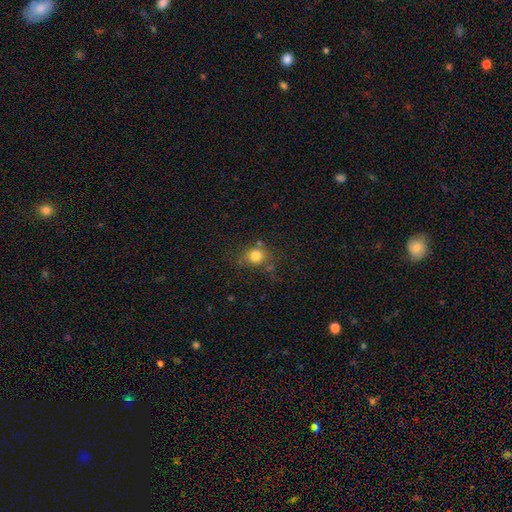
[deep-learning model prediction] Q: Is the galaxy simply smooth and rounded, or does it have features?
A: smooth — 80%.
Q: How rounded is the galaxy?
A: round — 77%.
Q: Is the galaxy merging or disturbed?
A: none — 67%.